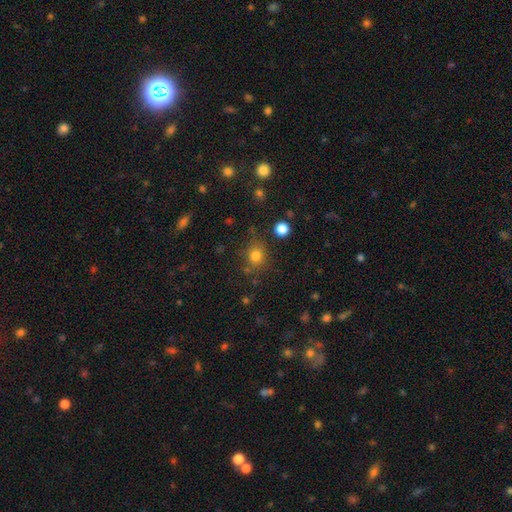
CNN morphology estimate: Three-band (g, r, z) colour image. It shows a smooth galaxy with no disk features (79%) that is round (80%). Merging: none (76%).